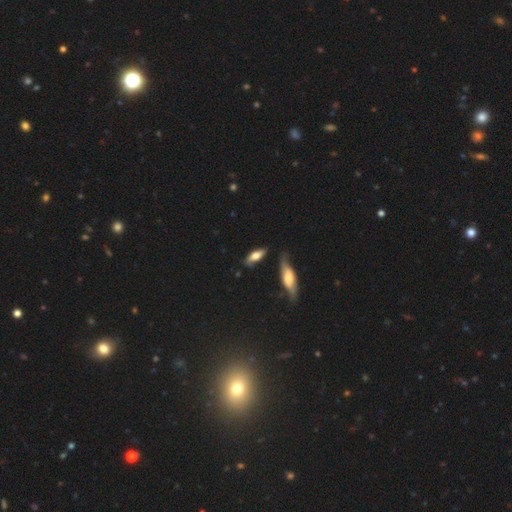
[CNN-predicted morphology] Smooth or featured: smooth — 62% (featured or disk — 31%)
How rounded: in between — 62% (cigar-shaped — 35%)
Merging: none — 71% (minor disturbance — 19%)